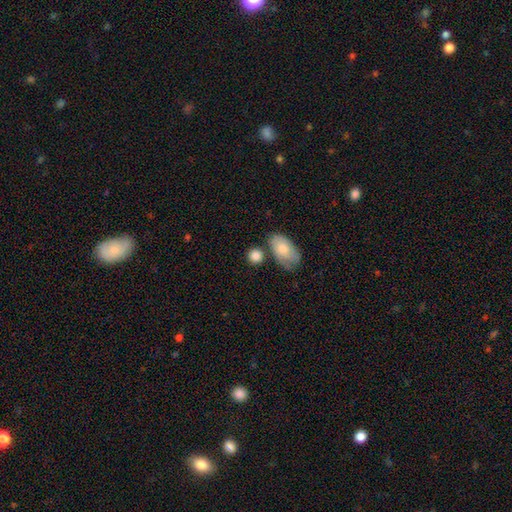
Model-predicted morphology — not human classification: Smooth or featured: smooth — 86% (featured or disk — 7%)
How rounded: round — 71% (in between — 28%)
Merging: none — 67% (merger — 15%)